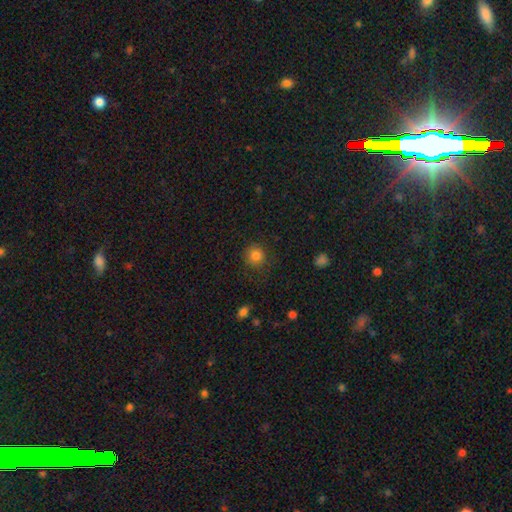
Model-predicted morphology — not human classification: The model was most divided on "smooth or featured": smooth: 84%, star or artifact: 11%, featured or disk: 5%. More confident: how rounded — round (92%); merging — none (85%).